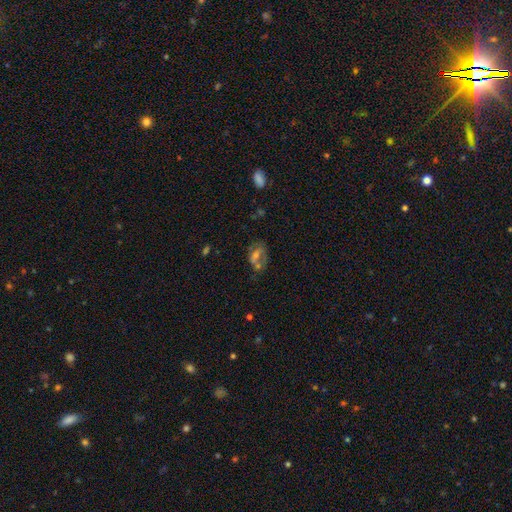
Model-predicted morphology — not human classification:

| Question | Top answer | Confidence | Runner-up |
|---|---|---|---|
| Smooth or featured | featured or disk | 47% | smooth (30%) |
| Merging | none | 49% | minor disturbance (19%) |